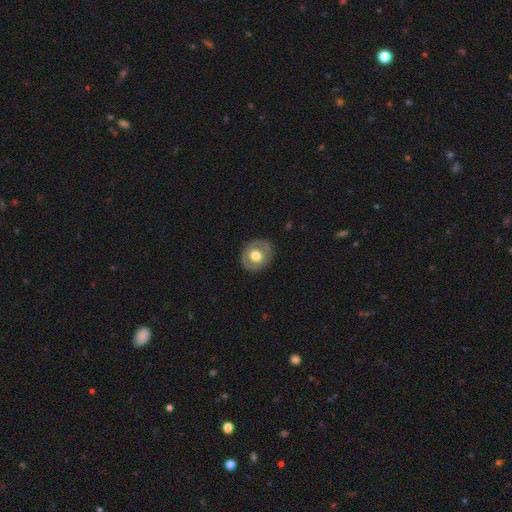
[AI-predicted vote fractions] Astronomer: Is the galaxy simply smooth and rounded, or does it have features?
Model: smooth — 52% (runner-up: featured or disk, 42%).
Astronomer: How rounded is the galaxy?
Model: round — 69%.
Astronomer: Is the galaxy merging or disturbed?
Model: none — 84%.